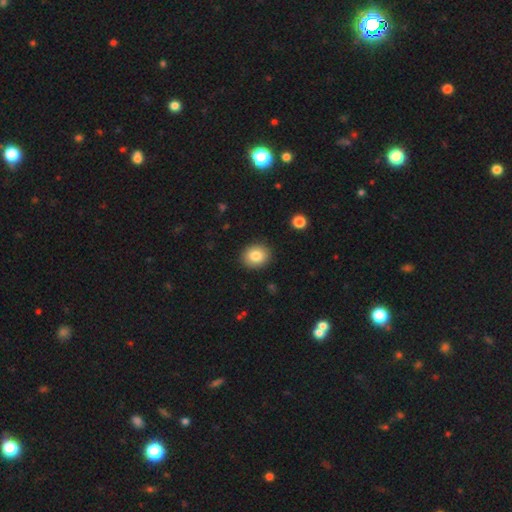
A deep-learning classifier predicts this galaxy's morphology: This is clearly a smooth galaxy (83%). How rounded: likely round (65%). Merging: clearly none (90%).